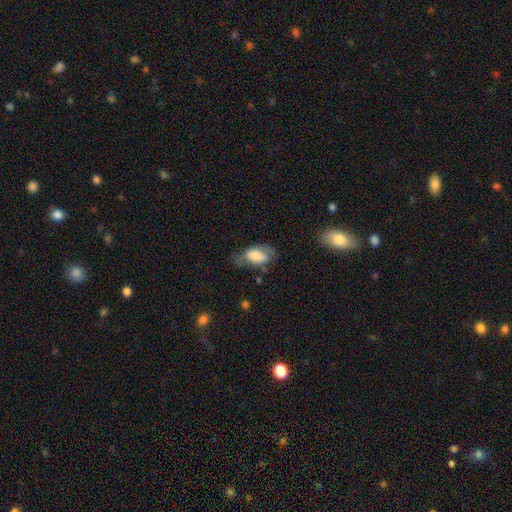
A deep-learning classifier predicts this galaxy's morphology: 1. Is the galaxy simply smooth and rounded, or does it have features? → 66% smooth, 27% featured or disk, 7% star or artifact.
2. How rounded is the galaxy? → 91% in between, 5% round, 4% cigar-shaped.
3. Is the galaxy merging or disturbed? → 43% none, 32% minor disturbance, 22% major disturbance, 3% merger.